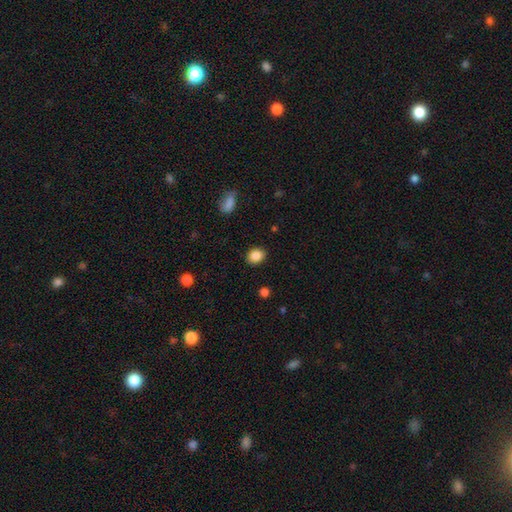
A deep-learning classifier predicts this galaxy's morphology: A smooth galaxy with no disk features (87%) that is in between round and cigar-shaped (50%). Merging: none (89%).